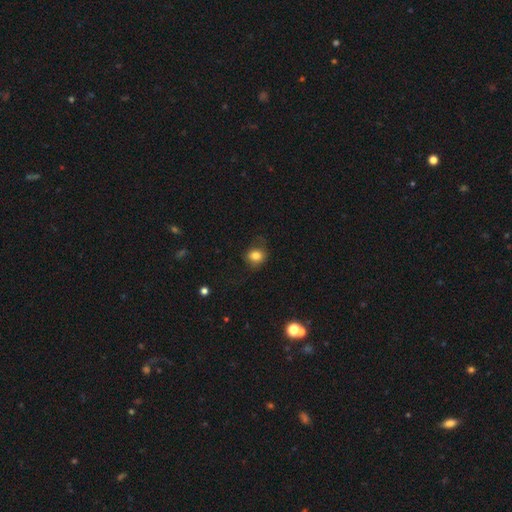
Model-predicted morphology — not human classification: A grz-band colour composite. It shows a smooth galaxy with no disk features (80%) that is round (65%). Merging: none (65%).